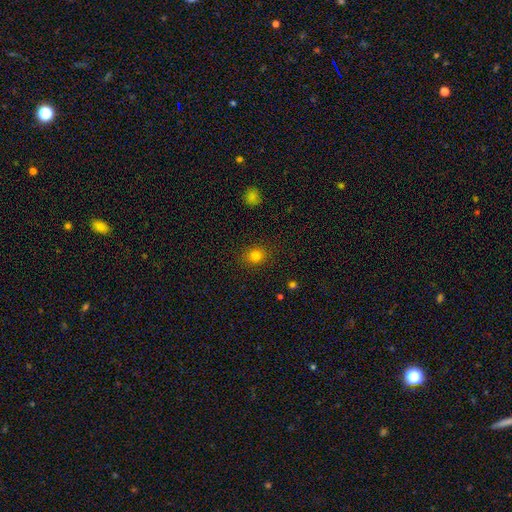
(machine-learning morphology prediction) Smooth or featured? Predicted: smooth (p=0.81). How rounded? Predicted: round (p=0.69). Merging? Predicted: none (p=0.88).